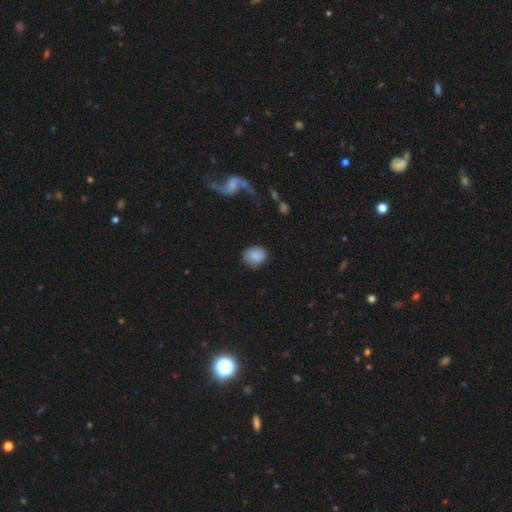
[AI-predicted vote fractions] smooth 83%, featured or disk 9%, star or artifact 8%. Down the decision tree: how rounded — round (51%); merging — none (74%).